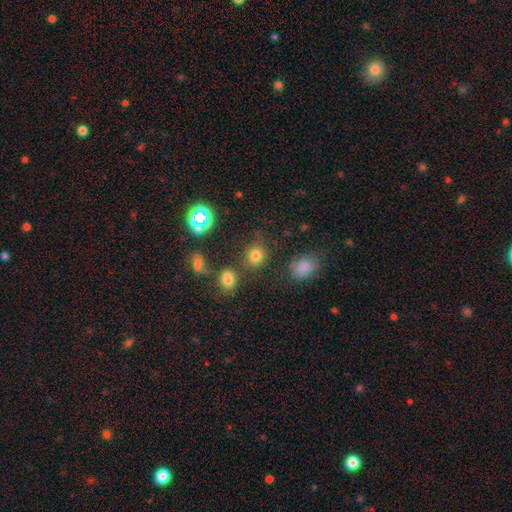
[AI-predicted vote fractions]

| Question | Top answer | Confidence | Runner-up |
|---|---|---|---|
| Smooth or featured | smooth | 75% | star or artifact (18%) |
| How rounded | round | 80% | in between (19%) |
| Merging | none | 73% | minor disturbance (12%) |